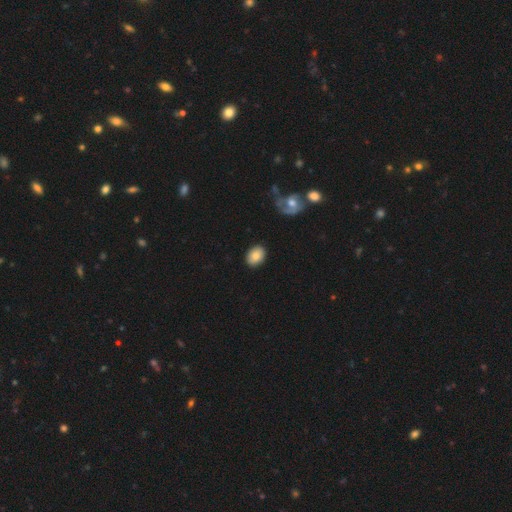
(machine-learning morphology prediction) This is clearly a smooth galaxy (81%). How rounded: likely in between (73%). Merging: clearly none (87%).